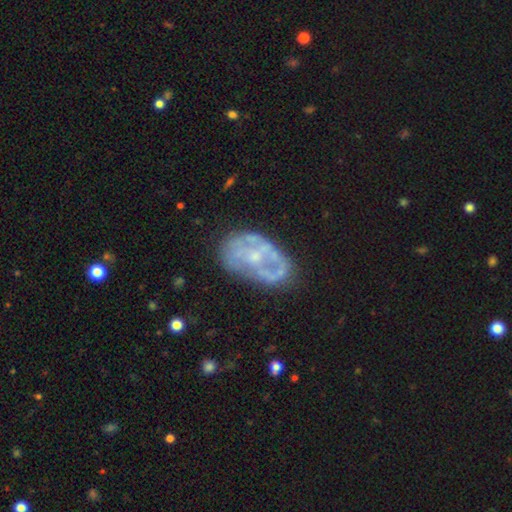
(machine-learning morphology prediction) Smooth or featured: featured or disk — 71% (smooth — 22%)
Edge-on disk: no — 96% (yes — 4%)
Bar: no — 76% (weak — 19%)
Spiral arms: no — 62% (yes — 38%)
Bulge size: small — 57% (moderate — 30%)
Merging: none — 56% (minor disturbance — 24%)